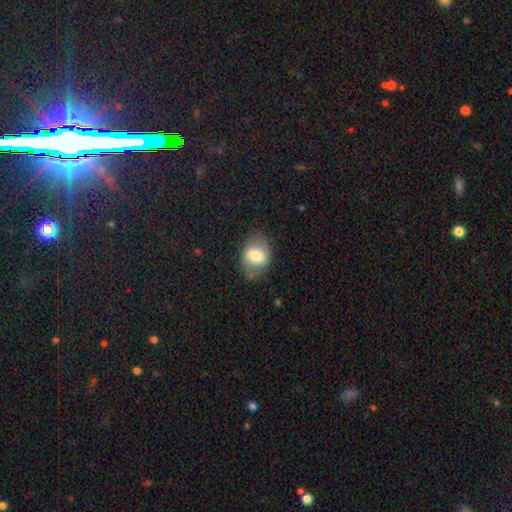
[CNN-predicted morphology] Smooth or featured? smooth (67%)
How rounded? in between (66%)
Merging? none (69%)